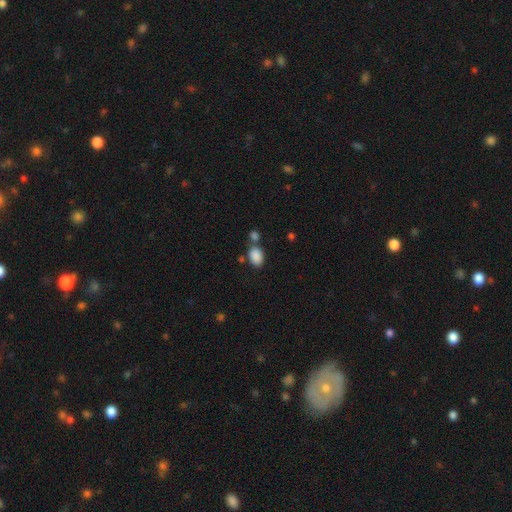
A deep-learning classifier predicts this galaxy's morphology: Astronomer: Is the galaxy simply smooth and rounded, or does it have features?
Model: smooth — 87%.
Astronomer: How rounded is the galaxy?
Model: in between — 85%.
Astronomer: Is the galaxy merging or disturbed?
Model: none — 59%.